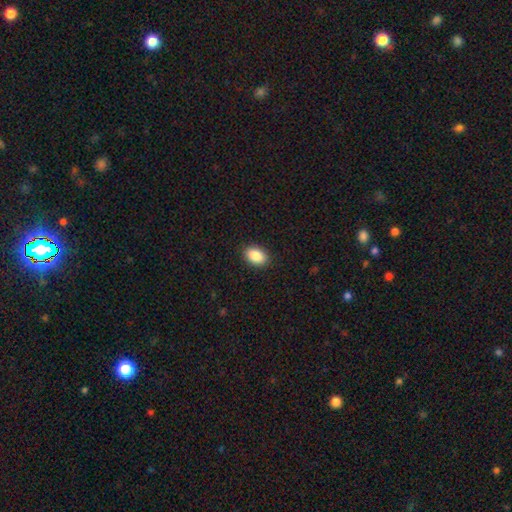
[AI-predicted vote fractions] The model was most divided on "how rounded": in between: 85%, round: 13%, cigar-shaped: 1%. More confident: merging — none (90%); smooth or featured — smooth (88%).